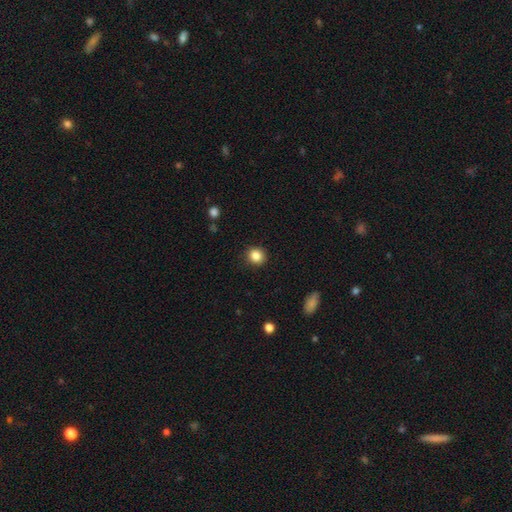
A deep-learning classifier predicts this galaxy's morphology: Q: Smooth or featured?
A: smooth (85%); runner-up: star or artifact (10%)
Q: How rounded?
A: round (87%); runner-up: in between (12%)
Q: Merging?
A: none (91%); runner-up: minor disturbance (6%)